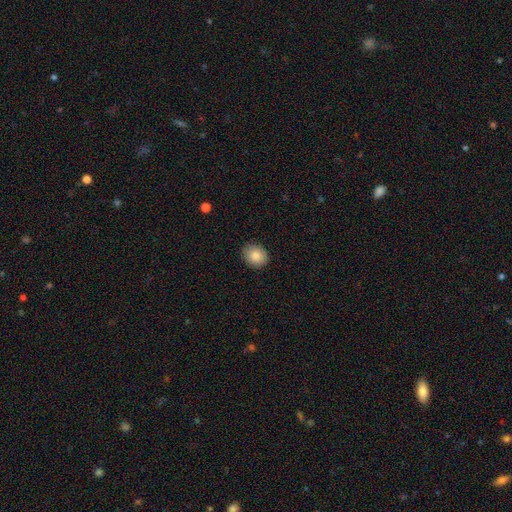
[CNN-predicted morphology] This is clearly a smooth galaxy (85%). How rounded: possibly round (59%). Merging: clearly none (89%).